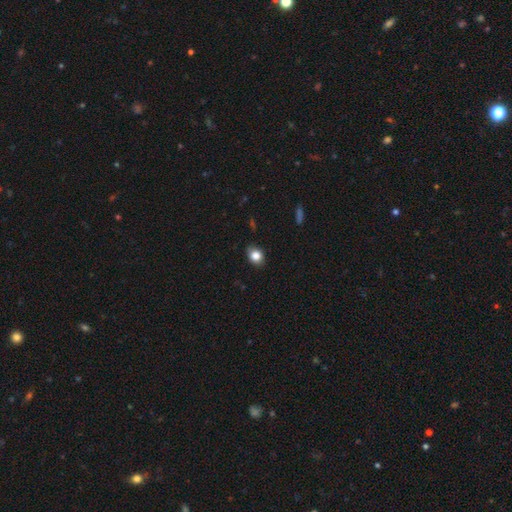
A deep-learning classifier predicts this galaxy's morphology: This appears to be a smooth galaxy with no disk features (83%) that is in between round and cigar-shaped (53%). Merging: none (82%).